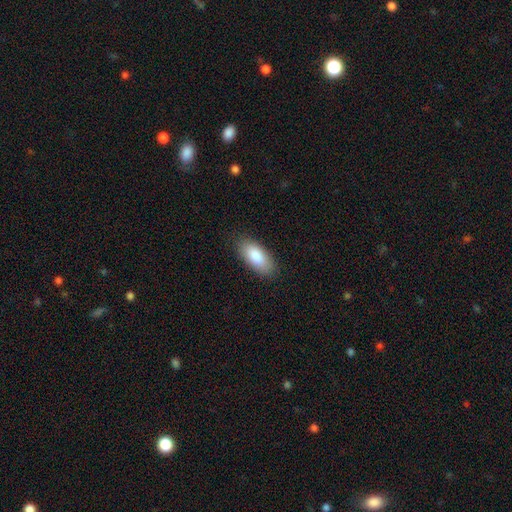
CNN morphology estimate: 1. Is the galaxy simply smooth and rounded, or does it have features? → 87% smooth, 8% featured or disk, 6% star or artifact.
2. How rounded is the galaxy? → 88% in between, 11% cigar-shaped, 2% round.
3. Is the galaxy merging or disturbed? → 87% none, 10% minor disturbance, 2% major disturbance, 1% merger.